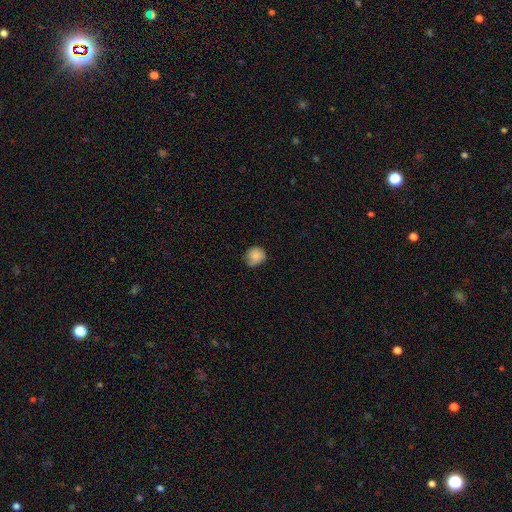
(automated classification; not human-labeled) Q: Smooth or featured?
A: smooth (82%); runner-up: featured or disk (10%)
Q: How rounded?
A: round (82%); runner-up: in between (17%)
Q: Merging?
A: none (66%); runner-up: minor disturbance (27%)